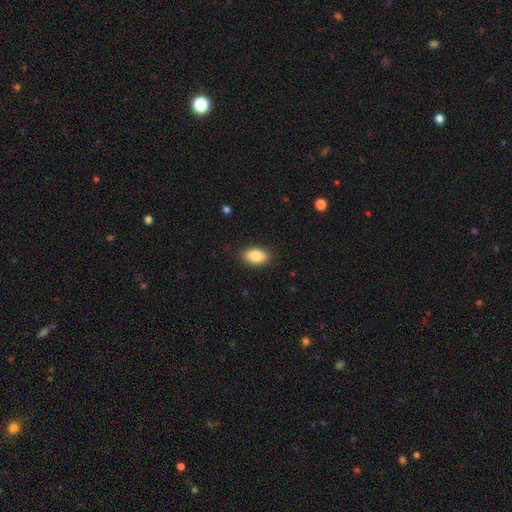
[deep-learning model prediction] Q: Smooth or featured?
A: smooth (87%); runner-up: star or artifact (7%)
Q: How rounded?
A: in between (92%); runner-up: round (5%)
Q: Merging?
A: none (88%); runner-up: minor disturbance (9%)